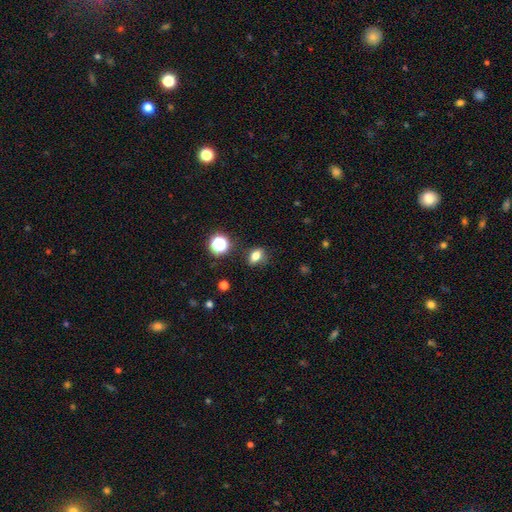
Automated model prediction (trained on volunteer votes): Smooth or featured? Predicted: smooth (p=0.77). How rounded? Predicted: in between (p=0.71). Merging? Predicted: none (p=0.81).